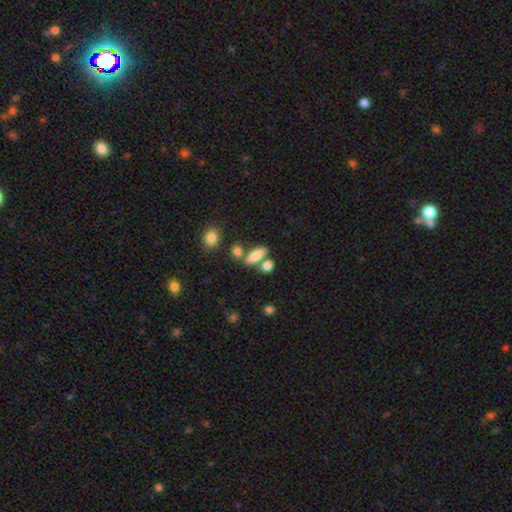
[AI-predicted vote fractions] Smooth or featured? Predicted: smooth (p=0.78). How rounded? Predicted: in between (p=0.58). Merging? Predicted: none (p=0.59).